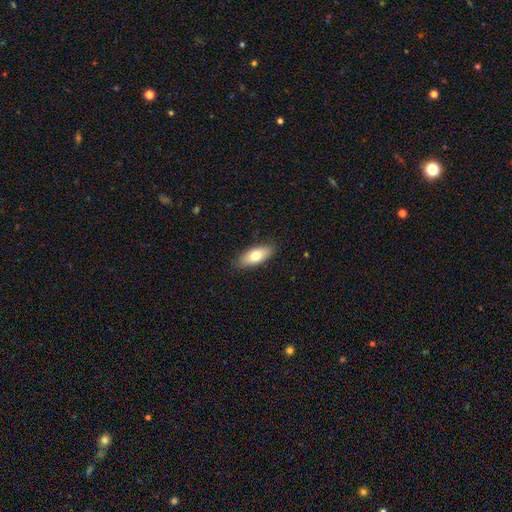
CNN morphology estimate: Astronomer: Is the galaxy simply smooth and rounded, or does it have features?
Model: smooth — 71%.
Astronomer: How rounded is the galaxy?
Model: in between — 81%.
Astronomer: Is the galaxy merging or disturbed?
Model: none — 86%.